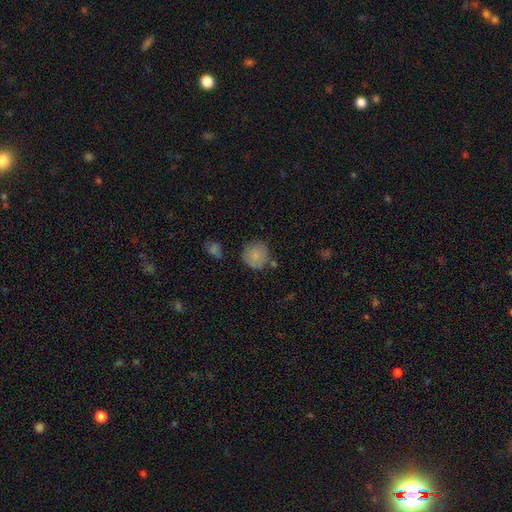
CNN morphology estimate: A smooth galaxy with no disk features (79%) that is round (87%).

Vote fractions:
- Smooth or featured? smooth: 79% / featured or disk: 13% / star or artifact: 8%
- How rounded? round: 87% / in between: 12% / cigar-shaped: 1%
- Merging? none: 66% / minor disturbance: 21% / merger: 7% / major disturbance: 6%